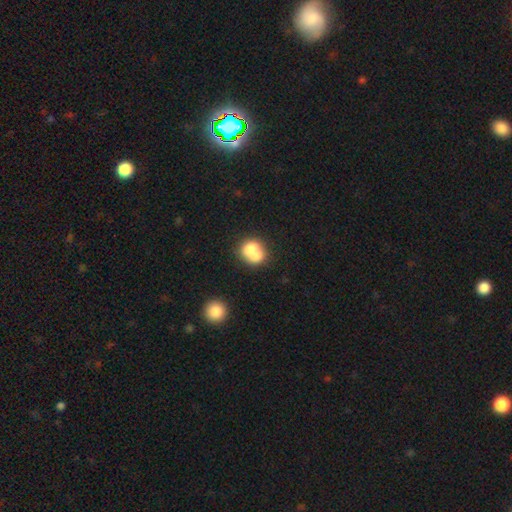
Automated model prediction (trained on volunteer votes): Smooth or featured? Predicted: smooth (p=0.71). How rounded? Predicted: round (p=0.62). Merging? Predicted: merger (p=0.61).